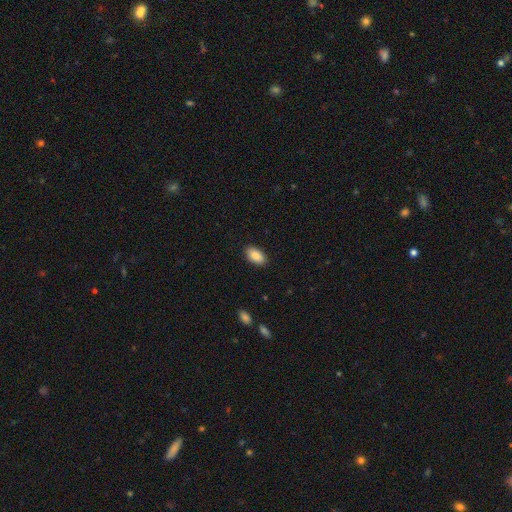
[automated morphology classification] type=smooth (89%); roundness=in between (95%); merging=none (89%).